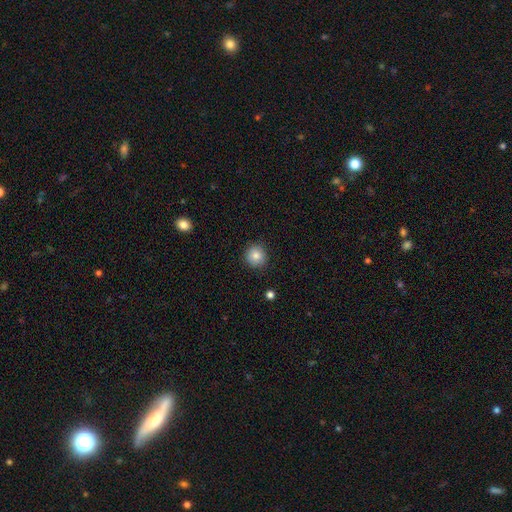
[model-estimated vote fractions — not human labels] Morphology: type=smooth (83%); roundness=round (92%); merging=none (89%).